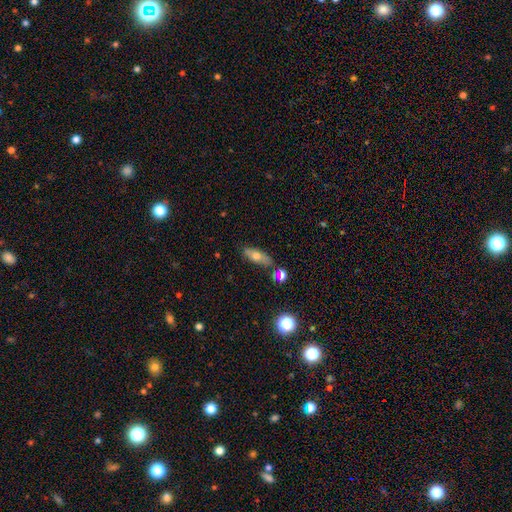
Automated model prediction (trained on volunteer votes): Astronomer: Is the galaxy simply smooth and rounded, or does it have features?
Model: smooth — 63%.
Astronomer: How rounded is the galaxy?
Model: in between — 65%.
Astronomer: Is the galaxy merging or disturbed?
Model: none — 67%.